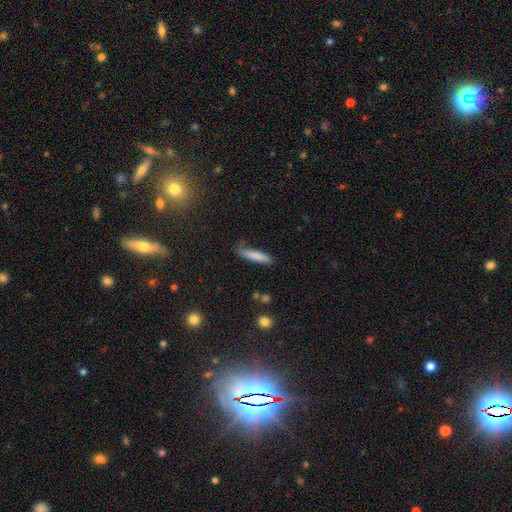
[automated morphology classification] A smooth galaxy with no disk features (81%) that is cigar-shaped (85%).

Vote fractions:
- Smooth or featured? smooth: 81% / featured or disk: 12% / star or artifact: 7%
- How rounded? cigar-shaped: 85% / in between: 14% / round: 1%
- Merging? none: 72% / minor disturbance: 21% / major disturbance: 5% / merger: 3%